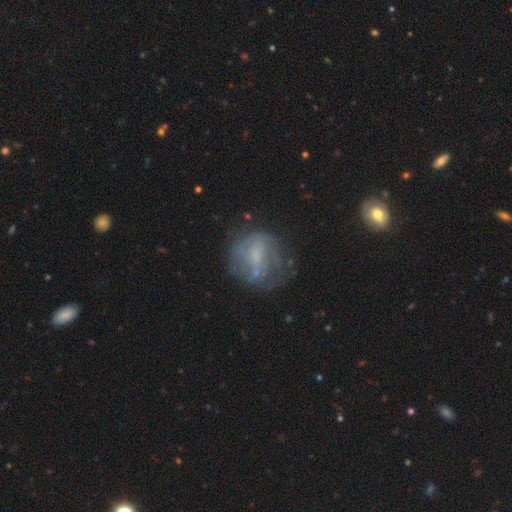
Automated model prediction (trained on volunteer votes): featured or disk 52%, smooth 36%, star or artifact 12%. Down the decision tree: edge-on disk — no (96%); bar — no (44%); spiral arms — no (55%); bulge size — small (38%); merging — none (56%).